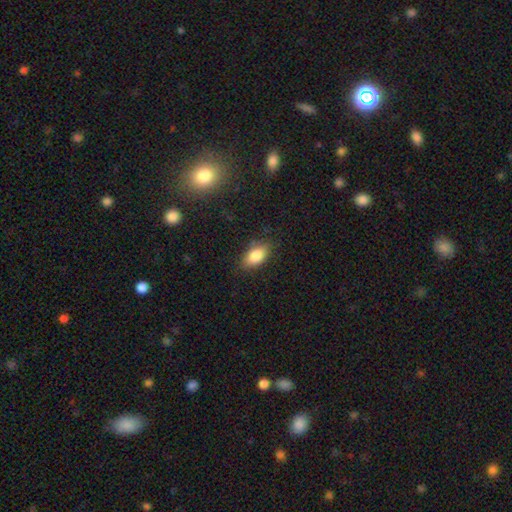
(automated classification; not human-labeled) Q: Smooth or featured?
A: smooth (85%); runner-up: star or artifact (8%)
Q: How rounded?
A: in between (91%); runner-up: round (5%)
Q: Merging?
A: none (82%); runner-up: minor disturbance (14%)